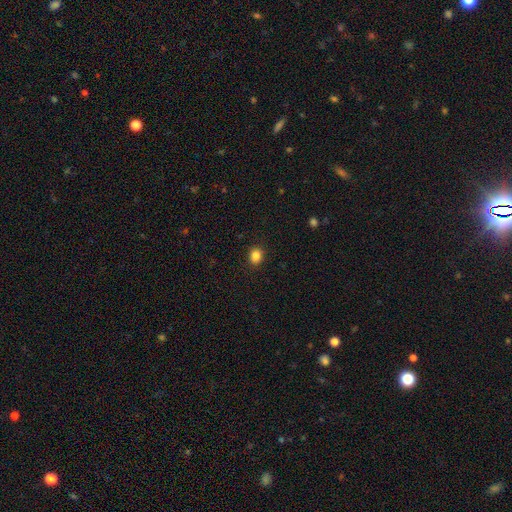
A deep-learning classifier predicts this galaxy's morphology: Smooth or featured: smooth — 85% (star or artifact — 11%)
How rounded: round — 64% (in between — 35%)
Merging: none — 90% (minor disturbance — 7%)